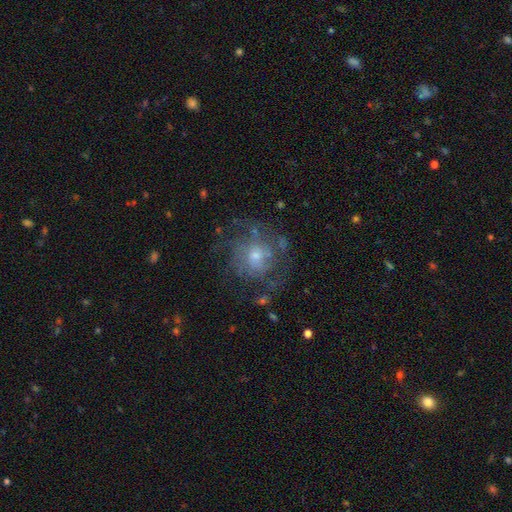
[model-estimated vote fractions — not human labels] Smooth or featured? featured or disk (59%)
Edge-on disk? no (97%)
Bar? no (80%)
Spiral arms? yes (63%)
Bulge size? small (48%)
Merging? none (63%)